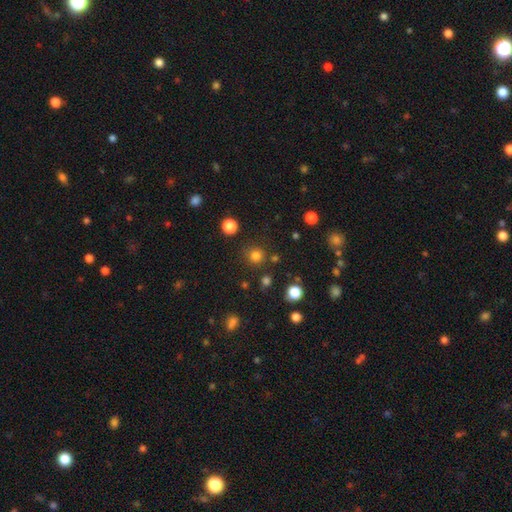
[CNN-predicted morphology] Q: Smooth or featured?
A: smooth (78%); runner-up: star or artifact (17%)
Q: How rounded?
A: round (93%); runner-up: in between (6%)
Q: Merging?
A: none (85%); runner-up: minor disturbance (8%)